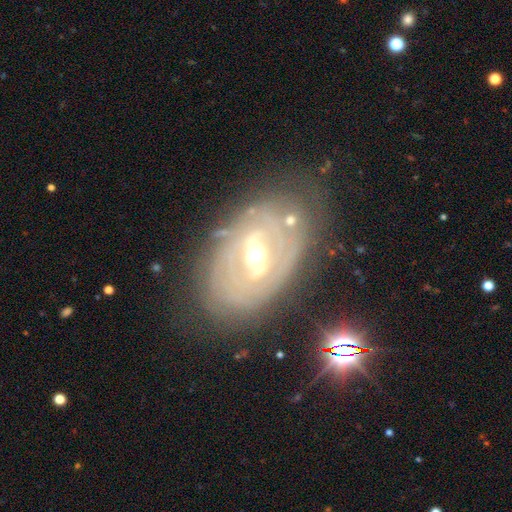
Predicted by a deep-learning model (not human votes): featured or disk 83%, smooth 11%, star or artifact 6%. Down the decision tree: edge-on disk — no (93%); bar — strong (43%); spiral arms — yes (72%); spiral arm count — can't tell (45%); spiral winding — tight (70%); bulge size — moderate (73%); merging — none (71%).